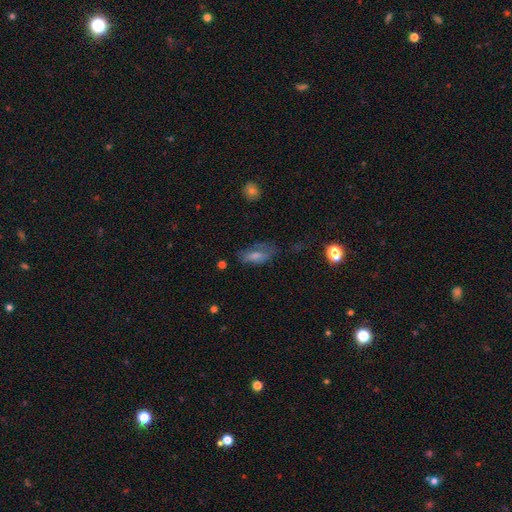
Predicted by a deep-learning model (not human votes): The model was most divided on "smooth or featured": smooth: 46%, featured or disk: 37%, star or artifact: 17%. More confident: merging — none (52%).